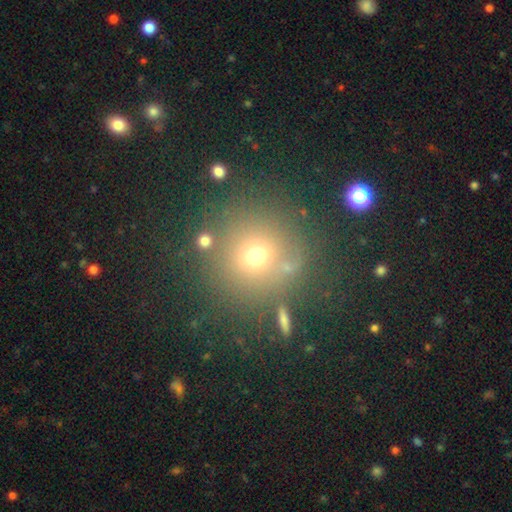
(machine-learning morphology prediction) Smooth or featured? smooth (65%)
How rounded? round (92%)
Merging? none (79%)